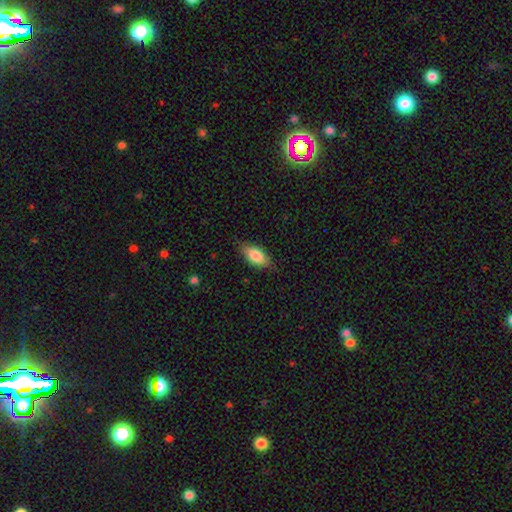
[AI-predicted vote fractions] A smooth galaxy with no disk features (82%) that is in between round and cigar-shaped (87%). Merging: none (81%).